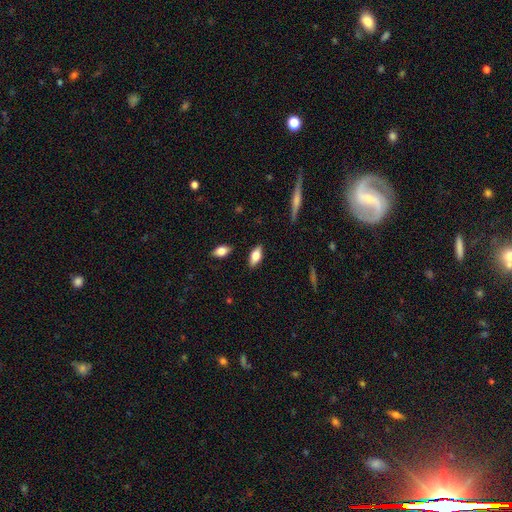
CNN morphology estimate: This is likely a smooth galaxy (68%). How rounded: clearly in between (83%). Merging: clearly none (85%).